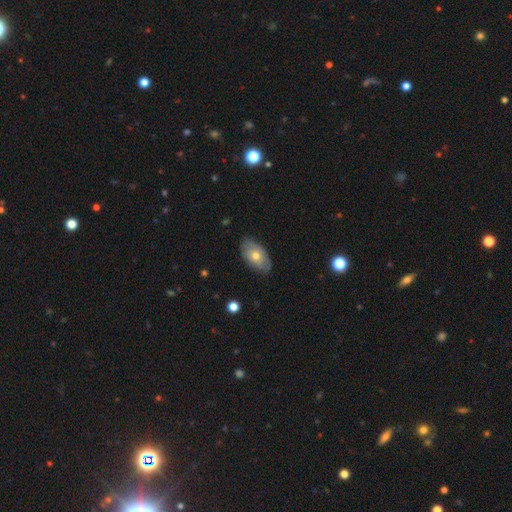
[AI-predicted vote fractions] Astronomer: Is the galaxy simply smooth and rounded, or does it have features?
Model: smooth — 62%.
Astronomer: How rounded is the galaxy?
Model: in between — 93%.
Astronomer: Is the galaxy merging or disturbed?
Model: none — 80%.